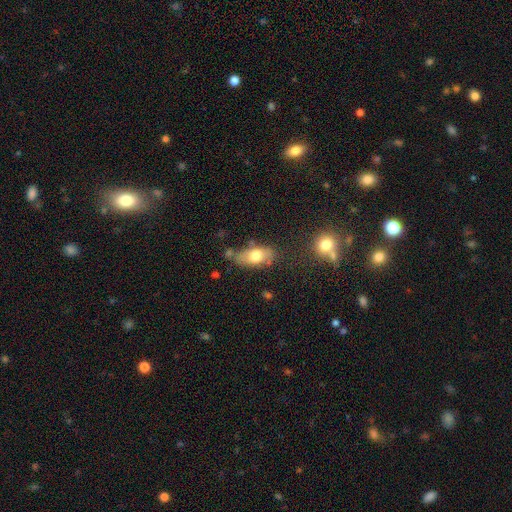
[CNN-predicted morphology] Overall: smooth (70%). How rounded: in between (86%). Merging: none (64%).